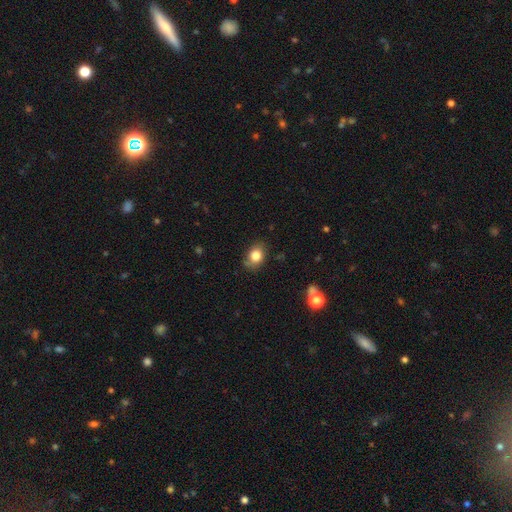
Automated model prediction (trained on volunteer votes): Morphology: type=smooth (81%); roundness=in between (61%); merging=none (75%).